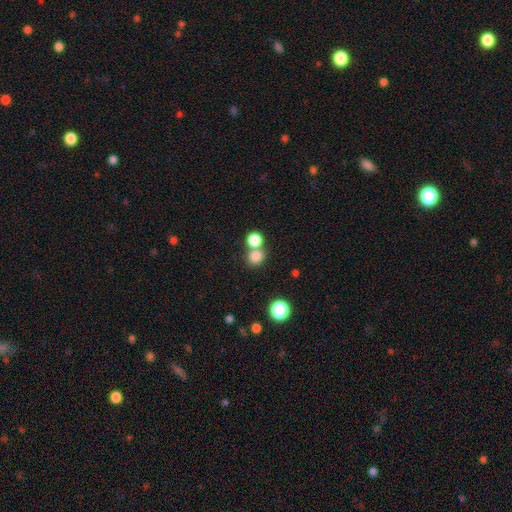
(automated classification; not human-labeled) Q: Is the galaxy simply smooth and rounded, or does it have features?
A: smooth — 81%.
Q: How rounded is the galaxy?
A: round — 85%.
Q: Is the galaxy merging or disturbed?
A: none — 53%.